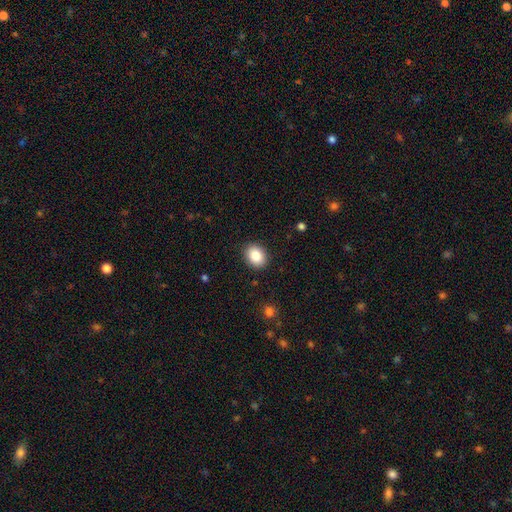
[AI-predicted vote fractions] Morphology: type=smooth (86%); roundness=in between (59%); merging=none (89%).